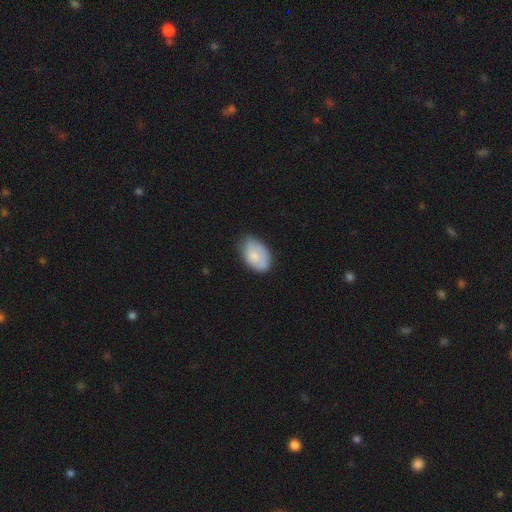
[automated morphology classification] smooth-or-featured: smooth: 74% | featured or disk: 19% | star or artifact: 7%
  how-rounded: in between: 89% | round: 10% | cigar-shaped: 1%
  merging: none: 58% | minor disturbance: 33% | major disturbance: 7% | merger: 2%